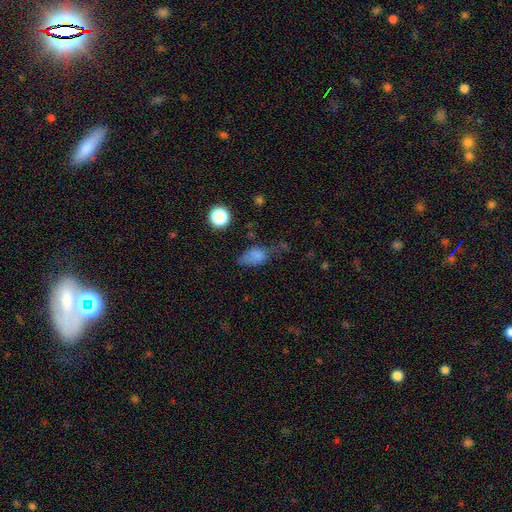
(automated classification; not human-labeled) Overall: smooth (72%). How rounded: in between (81%). Merging: none (38%; minor disturbance 33%).